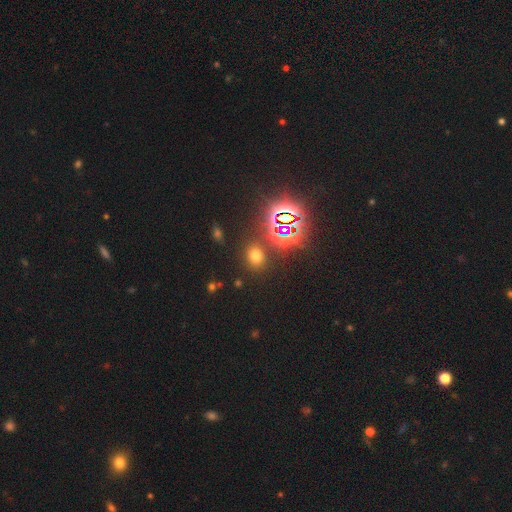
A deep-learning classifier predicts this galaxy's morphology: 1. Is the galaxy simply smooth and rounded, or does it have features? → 60% smooth, 33% star or artifact, 7% featured or disk.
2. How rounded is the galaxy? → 62% round, 37% in between, 1% cigar-shaped.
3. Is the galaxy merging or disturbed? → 84% none, 8% minor disturbance, 4% merger, 4% major disturbance.